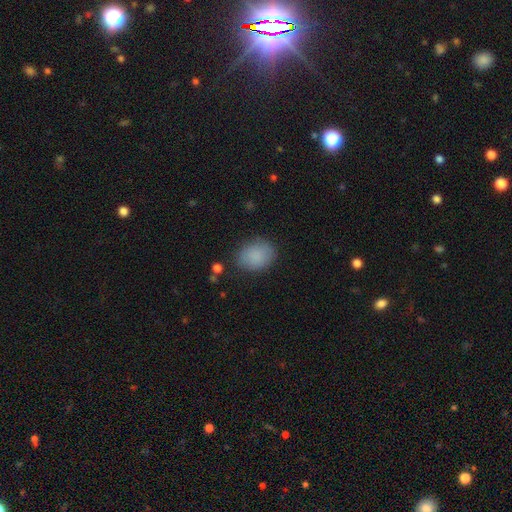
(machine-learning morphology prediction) Smooth or featured? Predicted: smooth (p=0.87). How rounded? Predicted: in between (p=0.58). Merging? Predicted: none (p=0.81).